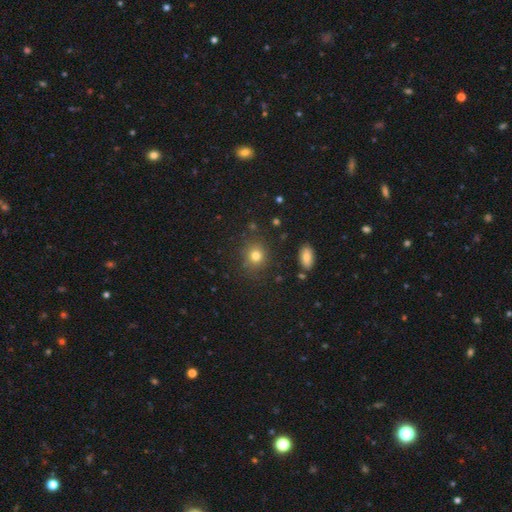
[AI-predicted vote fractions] A smooth galaxy with no disk features (79%) that is round (78%). Merging: none (84%).